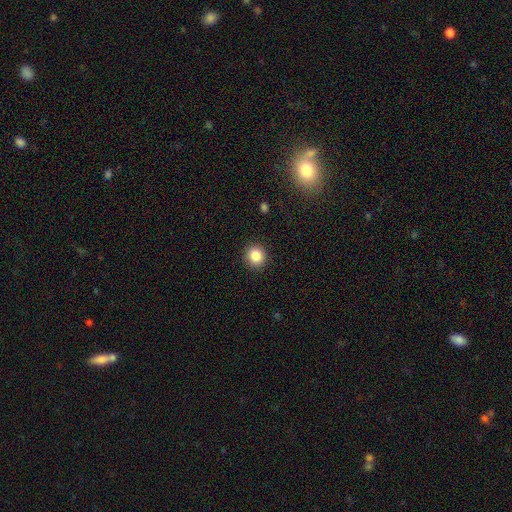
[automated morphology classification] Q: Smooth or featured?
A: smooth (85%); runner-up: star or artifact (10%)
Q: How rounded?
A: round (88%); runner-up: in between (11%)
Q: Merging?
A: none (91%); runner-up: minor disturbance (6%)